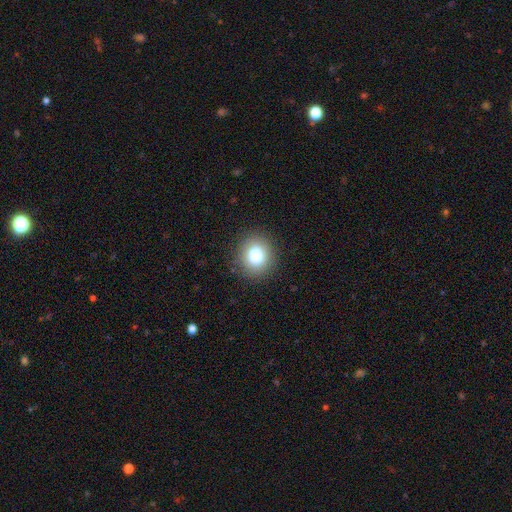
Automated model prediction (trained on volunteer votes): A smooth galaxy with no disk features (81%) that is round (76%).

Vote fractions:
- Smooth or featured? smooth: 81% / star or artifact: 10% / featured or disk: 8%
- How rounded? round: 76% / in between: 23% / cigar-shaped: 1%
- Merging? none: 84% / minor disturbance: 10% / major disturbance: 4% / merger: 2%